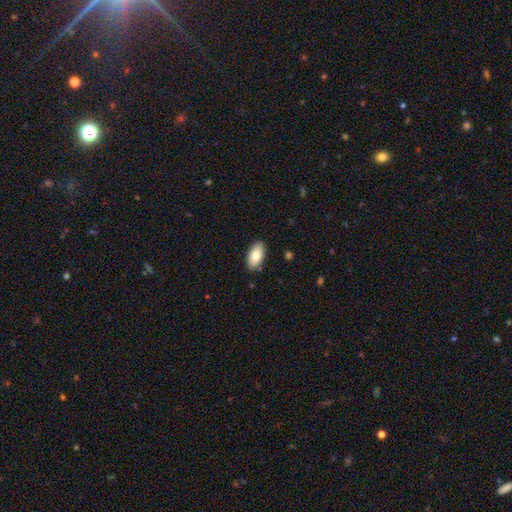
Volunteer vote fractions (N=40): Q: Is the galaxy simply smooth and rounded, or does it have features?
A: smooth — 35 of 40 (88%).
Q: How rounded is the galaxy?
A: in between — 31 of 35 (89%).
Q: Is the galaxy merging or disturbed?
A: none — 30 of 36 (83%).